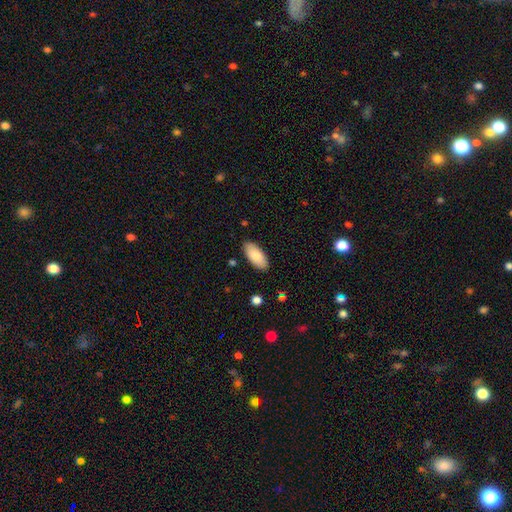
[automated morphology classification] smooth_or_featured: smooth (p=0.85) [alt: featured or disk p=0.09]
how_rounded: in between (p=0.90) [alt: cigar-shaped p=0.09]
merging: none (p=0.87) [alt: minor disturbance p=0.09]